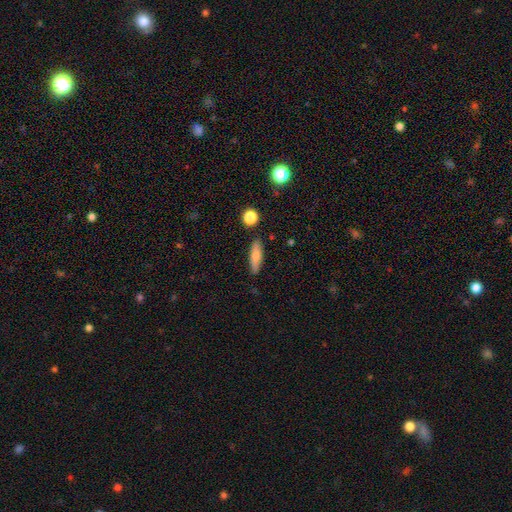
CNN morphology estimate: smooth 77%, featured or disk 16%, star or artifact 8%. Down the decision tree: how rounded — cigar-shaped (62%); merging — none (84%).